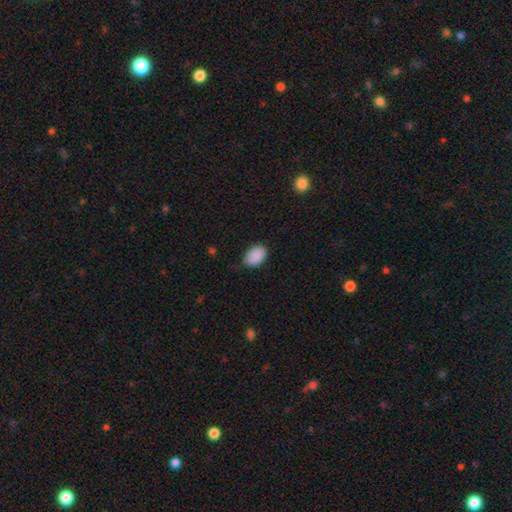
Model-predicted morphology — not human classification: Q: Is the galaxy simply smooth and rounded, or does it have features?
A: smooth — 90%.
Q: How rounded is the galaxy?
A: in between — 84%.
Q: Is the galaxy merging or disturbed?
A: none — 72%.